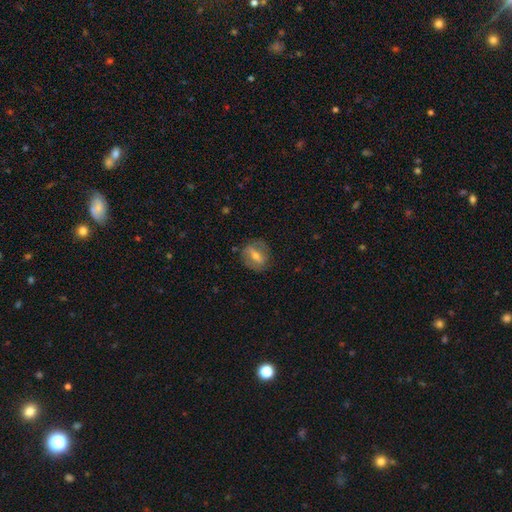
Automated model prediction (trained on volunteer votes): A smooth galaxy with no disk features (49%). Merging: none (77%).